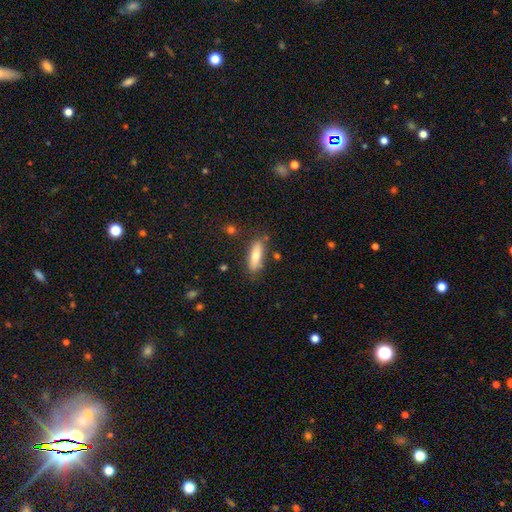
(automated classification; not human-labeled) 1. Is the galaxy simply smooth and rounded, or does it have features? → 73% smooth, 20% featured or disk, 7% star or artifact.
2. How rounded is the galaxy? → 49% cigar-shaped (tied), 49% in between (tied), 2% round.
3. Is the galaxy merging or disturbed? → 77% none, 16% minor disturbance, 4% major disturbance, 3% merger.